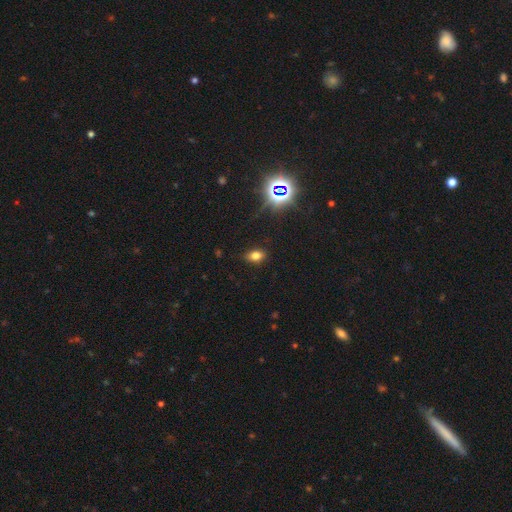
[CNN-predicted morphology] smooth-or-featured: smooth: 72% | star or artifact: 19% | featured or disk: 9%
  how-rounded: in between: 82% | round: 15% | cigar-shaped: 3%
  merging: none: 86% | minor disturbance: 10% | major disturbance: 3% | merger: 1%